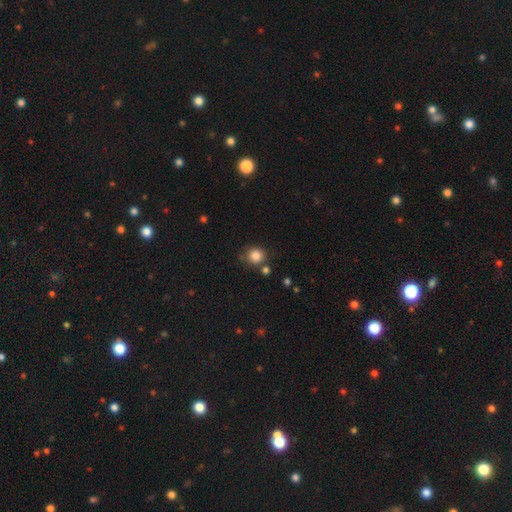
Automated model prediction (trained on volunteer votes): Q: Smooth or featured?
A: smooth (85%); runner-up: star or artifact (11%)
Q: How rounded?
A: round (88%); runner-up: in between (11%)
Q: Merging?
A: none (75%); runner-up: minor disturbance (13%)